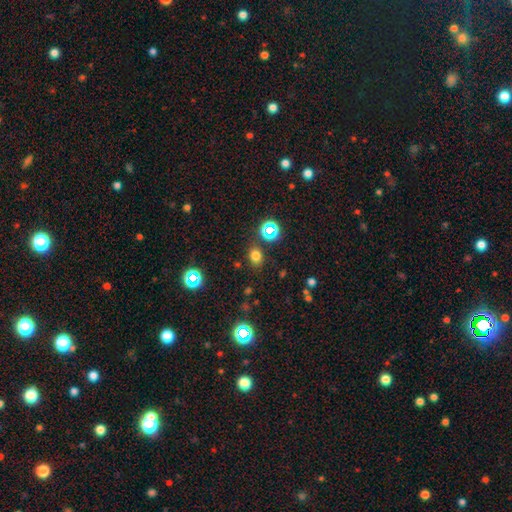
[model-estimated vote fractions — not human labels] Morphology: type=smooth (73%); roundness=round (50%); merging=none (82%).